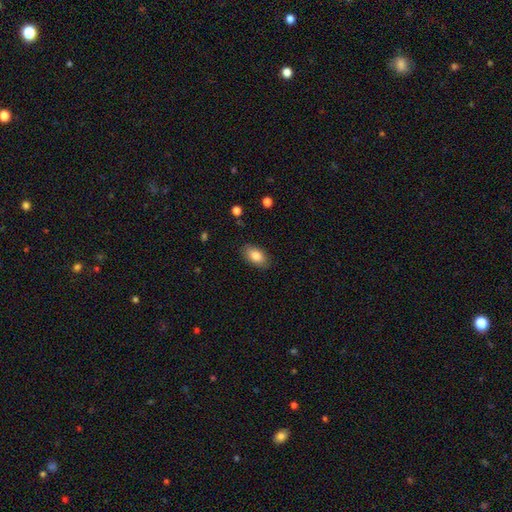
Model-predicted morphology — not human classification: smooth 84%, featured or disk 9%, star or artifact 7%. Down the decision tree: how rounded — in between (92%); merging — none (86%).